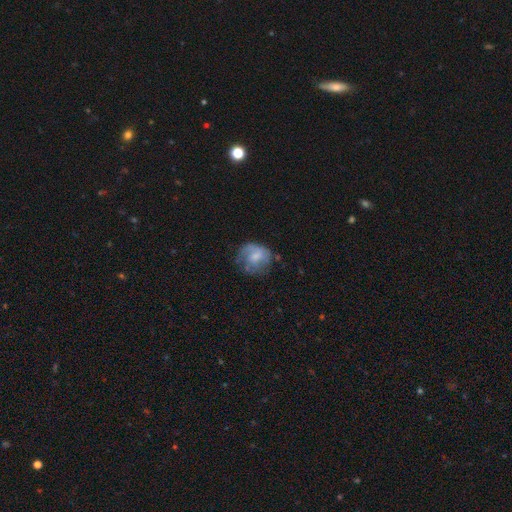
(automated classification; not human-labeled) Morphology: type=smooth (54%); roundness=round (74%); merging=none (52%).